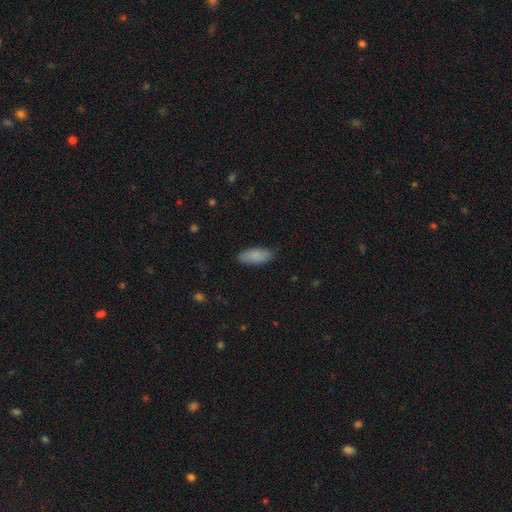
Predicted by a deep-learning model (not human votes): smooth_or_featured: smooth (p=0.86) [alt: featured or disk p=0.07]
how_rounded: in between (p=0.85) [alt: cigar-shaped p=0.13]
merging: none (p=0.81) [alt: minor disturbance p=0.15]